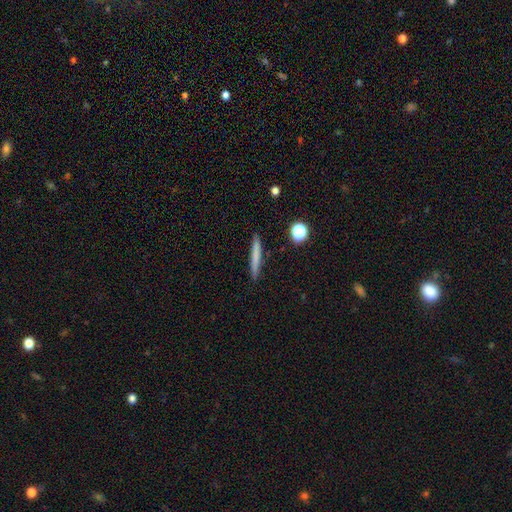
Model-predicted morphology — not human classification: The model was most divided on "smooth or featured": smooth: 70%, featured or disk: 23%, star or artifact: 7%. More confident: how rounded — cigar-shaped (95%); merging — none (89%).